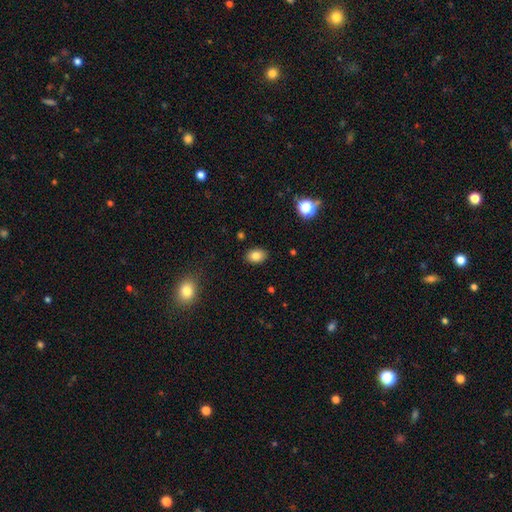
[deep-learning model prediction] Smooth or featured? Predicted: smooth (p=0.82). How rounded? Predicted: in between (p=0.77). Merging? Predicted: none (p=0.87).